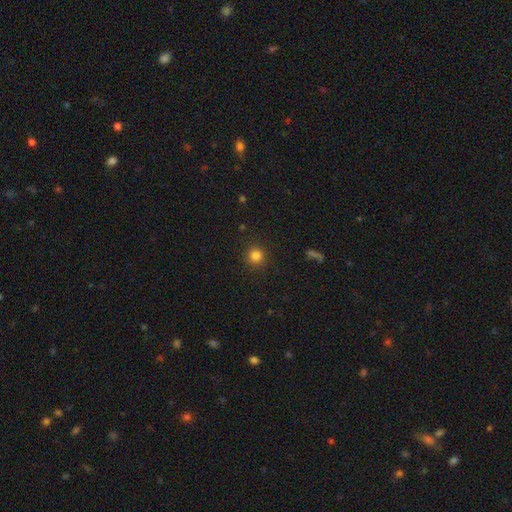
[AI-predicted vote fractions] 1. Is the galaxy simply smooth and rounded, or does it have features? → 83% smooth, 13% star or artifact, 5% featured or disk.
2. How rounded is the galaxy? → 93% round, 6% in between, 1% cigar-shaped.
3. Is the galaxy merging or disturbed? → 90% none, 6% minor disturbance, 2% major disturbance, 1% merger.